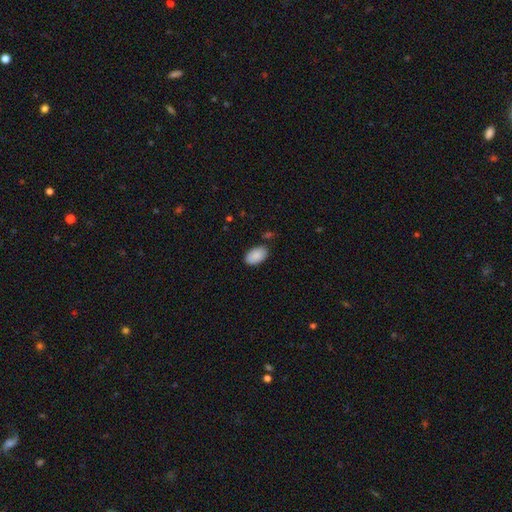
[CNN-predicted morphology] A smooth galaxy with no disk features (89%) that is in between round and cigar-shaped (93%).

Vote fractions:
- Smooth or featured? smooth: 89% / star or artifact: 6% / featured or disk: 4%
- How rounded? in between: 93% / round: 6% / cigar-shaped: 1%
- Merging? none: 81% / minor disturbance: 13% / merger: 3% / major disturbance: 3%